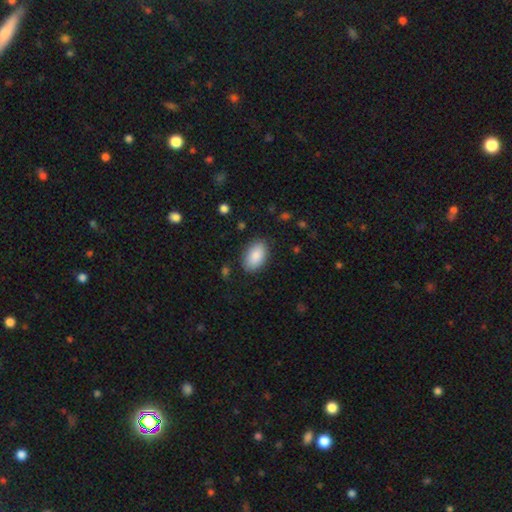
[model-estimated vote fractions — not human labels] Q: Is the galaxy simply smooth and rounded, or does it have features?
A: smooth — 88%.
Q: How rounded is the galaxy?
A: in between — 94%.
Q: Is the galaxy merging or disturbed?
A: none — 85%.